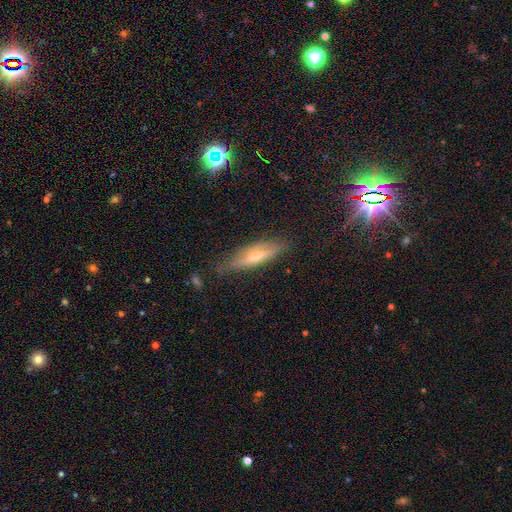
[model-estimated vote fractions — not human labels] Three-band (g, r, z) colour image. It shows a featured or disk galaxy (56%) viewed edge-on (86%). Merging: none (80%).